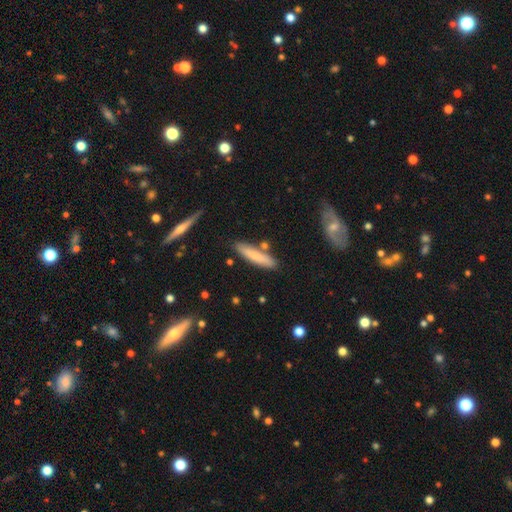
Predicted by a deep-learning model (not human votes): A smooth galaxy with no disk features (73%) that is cigar-shaped (84%).

Vote fractions:
- Smooth or featured? smooth: 73% / featured or disk: 21% / star or artifact: 6%
- How rounded? cigar-shaped: 84% / in between: 14% / round: 1%
- Merging? none: 79% / minor disturbance: 11% / merger: 7% / major disturbance: 2%